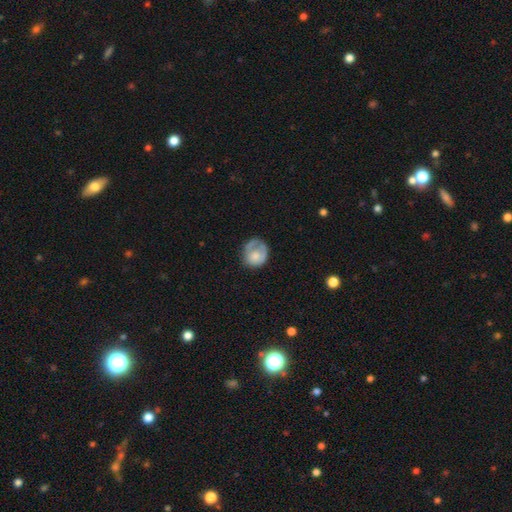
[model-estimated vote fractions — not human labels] Q: Smooth or featured?
A: smooth (60%); runner-up: featured or disk (33%)
Q: How rounded?
A: round (69%); runner-up: in between (30%)
Q: Merging?
A: none (44%); runner-up: minor disturbance (30%)